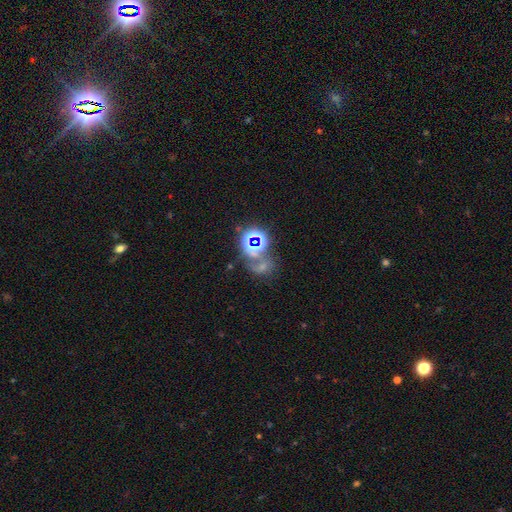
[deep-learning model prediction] Smooth or featured: star or artifact — 66% (smooth — 17%)